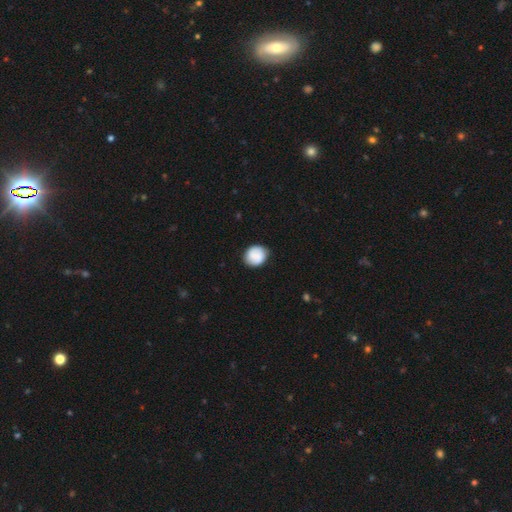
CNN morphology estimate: Overall: smooth (77%). How rounded: round (76%). Merging: none (82%).